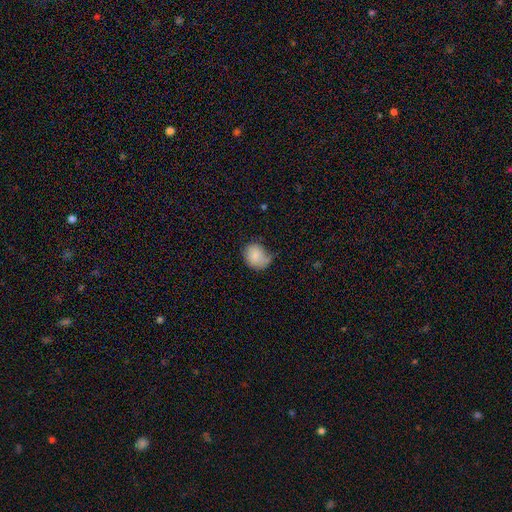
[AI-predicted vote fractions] Smooth or featured? smooth (81%)
How rounded? round (55%)
Merging? minor disturbance (39%)